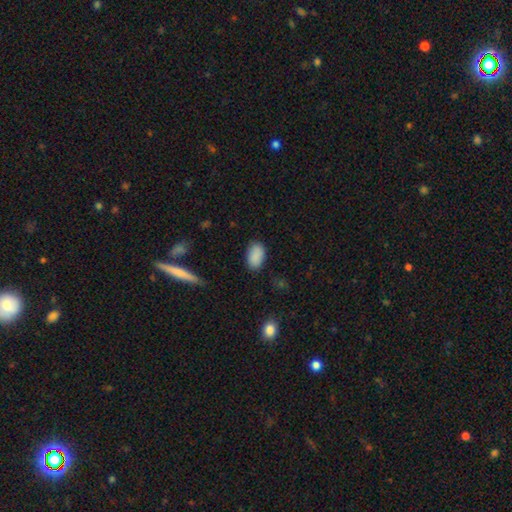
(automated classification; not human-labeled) The model was most divided on "merging": none: 84%, minor disturbance: 12%, major disturbance: 3%, merger: 1%. More confident: how rounded — in between (93%); smooth or featured — smooth (89%).